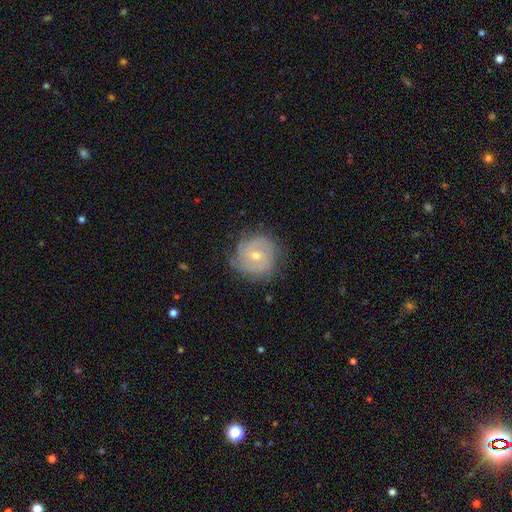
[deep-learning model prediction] Morphology: type=featured or disk (70%); edge-on=no (97%); bar=no (69%); spiral arms=yes (89%); winding=tight (64%); arm count=can't tell (34%); bulge=moderate (50%); merging=none (75%).